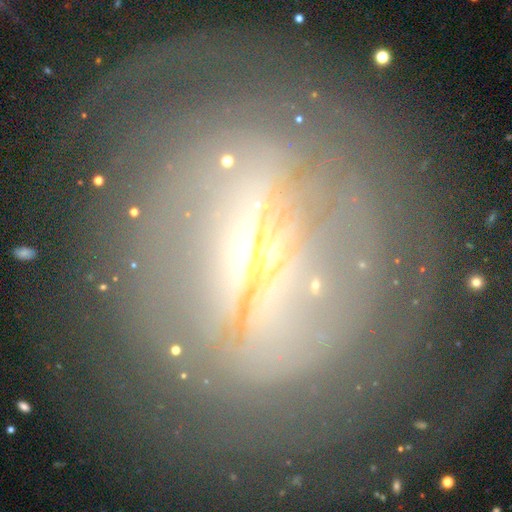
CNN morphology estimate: Overall: featured or disk (68%). Edge-on disk: no (80%). Bar: no (36%; strong 34%). Spiral arms: no (55%; yes 45%). Bulge size: small (70%). Merging: none (68%).